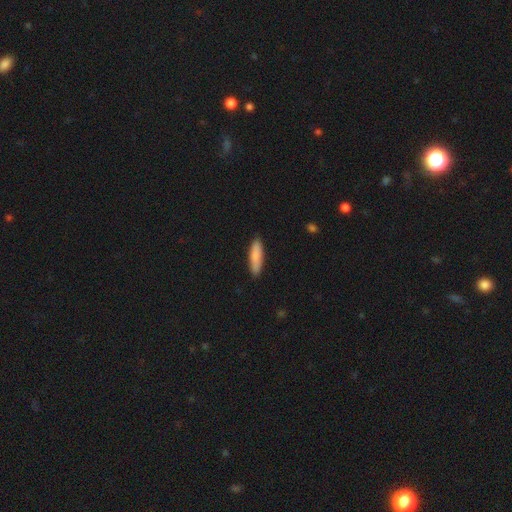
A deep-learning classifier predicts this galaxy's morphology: This is clearly a smooth galaxy (85%). How rounded: likely cigar-shaped (66%). Merging: clearly none (88%).